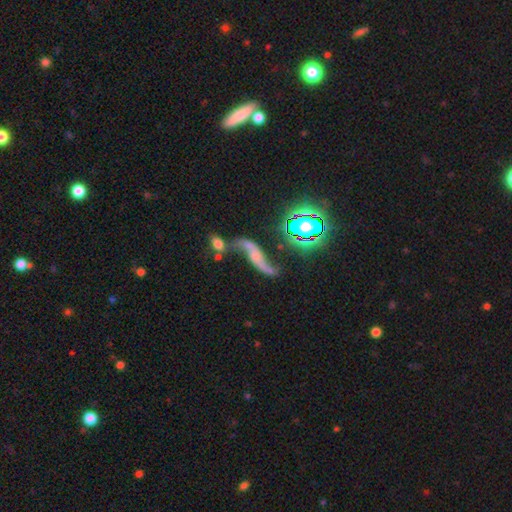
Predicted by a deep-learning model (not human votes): Morphology: type=featured or disk (74%); edge-on=no (86%); bar=no (57%); spiral arms=yes (90%); winding=loose (93%); arm count=2 (92%); bulge=small (37%); merging=none (39%).